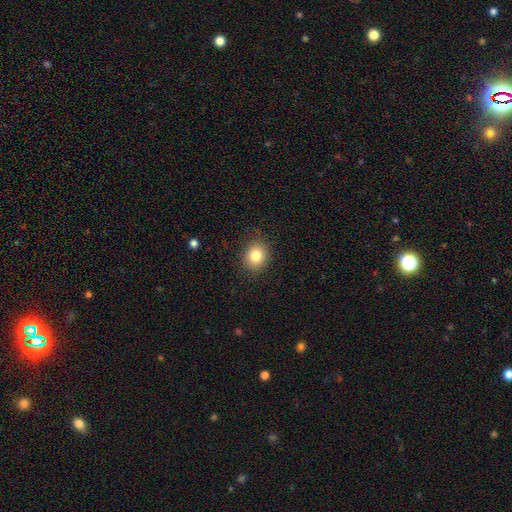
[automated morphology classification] type=smooth (82%); roundness=round (69%); merging=none (87%).